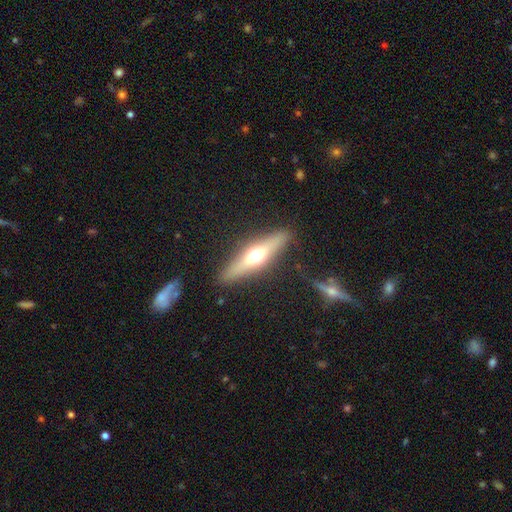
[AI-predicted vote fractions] This appears to be a featured or disk galaxy (56%) viewed edge-on (90%) with a rounded central bulge (93%). Merging: none (87%).